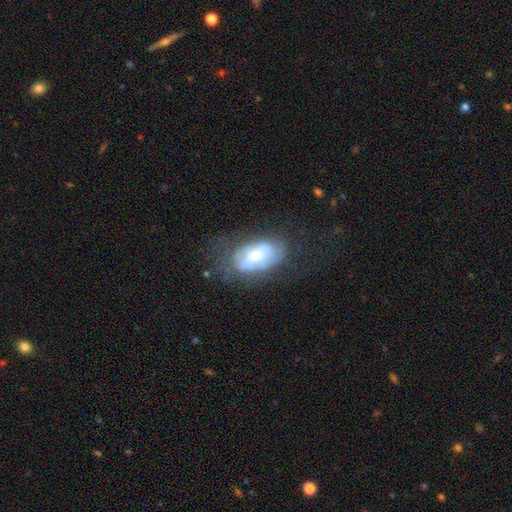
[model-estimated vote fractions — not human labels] Morphology: type=featured or disk (59%); edge-on=no (89%); bar=weak (37%); spiral arms=yes (52%); bulge=moderate (61%); merging=none (58%).